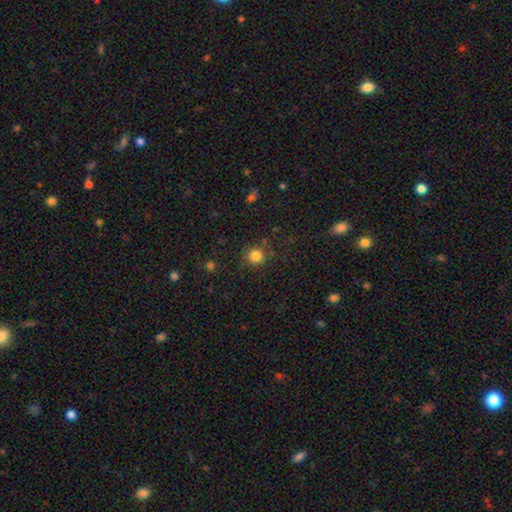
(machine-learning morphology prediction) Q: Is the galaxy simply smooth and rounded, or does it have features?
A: smooth — 83%.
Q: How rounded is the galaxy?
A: round — 91%.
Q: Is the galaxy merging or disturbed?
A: none — 85%.